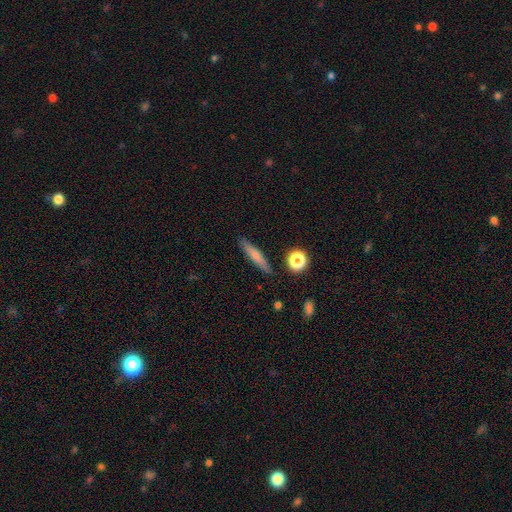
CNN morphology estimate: Q: Smooth or featured?
A: smooth (62%); runner-up: featured or disk (30%)
Q: How rounded?
A: cigar-shaped (88%); runner-up: in between (9%)
Q: Merging?
A: none (88%); runner-up: minor disturbance (8%)